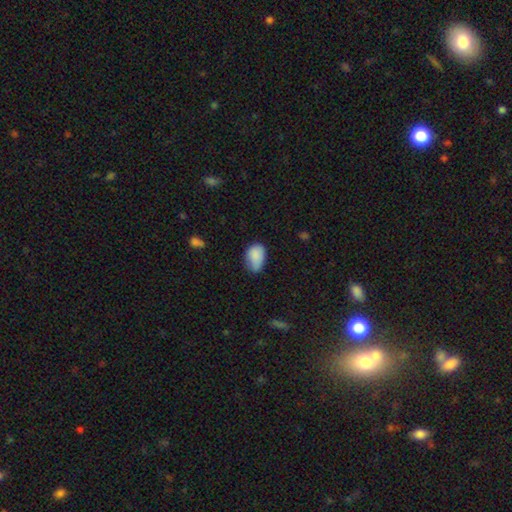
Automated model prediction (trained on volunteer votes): A smooth galaxy with no disk features (86%) that is in between round and cigar-shaped (86%).

Vote fractions:
- Smooth or featured? smooth: 86% / star or artifact: 8% / featured or disk: 7%
- How rounded? in between: 86% / round: 13% / cigar-shaped: 1%
- Merging? none: 46% / minor disturbance: 42% / major disturbance: 9% / merger: 3%